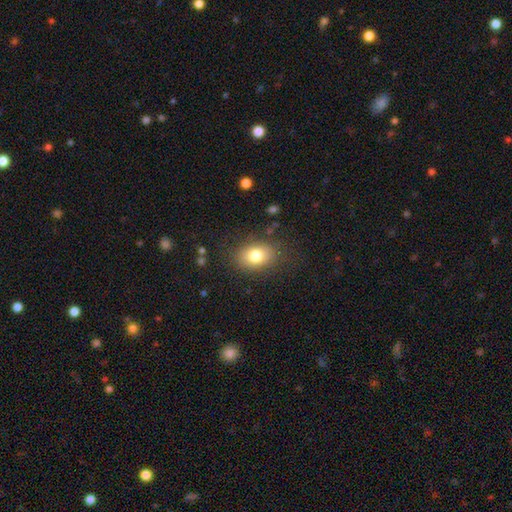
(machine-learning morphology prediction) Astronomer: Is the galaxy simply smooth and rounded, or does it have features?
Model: smooth — 79%.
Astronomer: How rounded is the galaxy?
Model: in between — 70%.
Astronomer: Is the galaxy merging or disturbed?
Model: none — 81%.